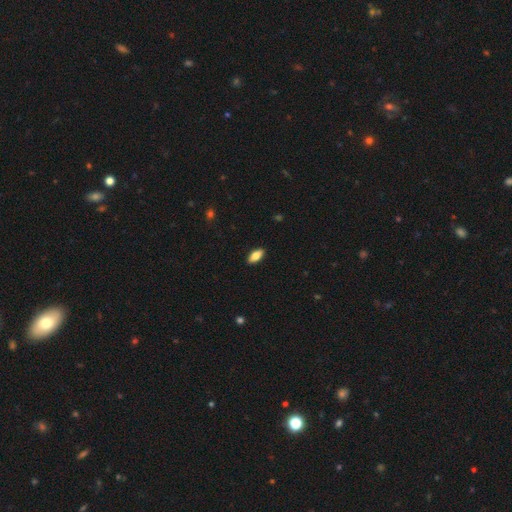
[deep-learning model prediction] Smooth or featured? Predicted: smooth (p=0.80). How rounded? Predicted: in between (p=0.89). Merging? Predicted: none (p=0.90).